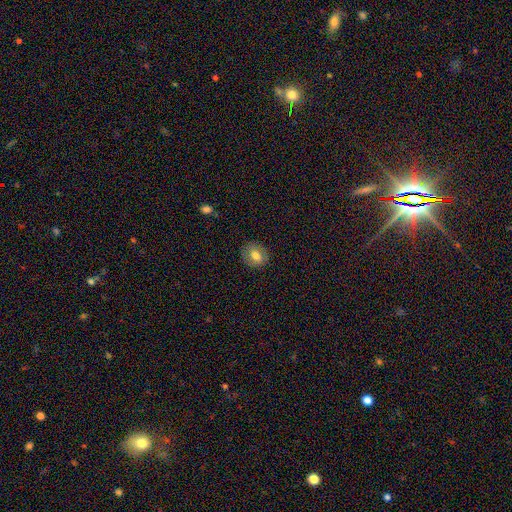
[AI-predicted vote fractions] smooth 76%, featured or disk 15%, star or artifact 9%. Down the decision tree: how rounded — round (68%); merging — none (87%).